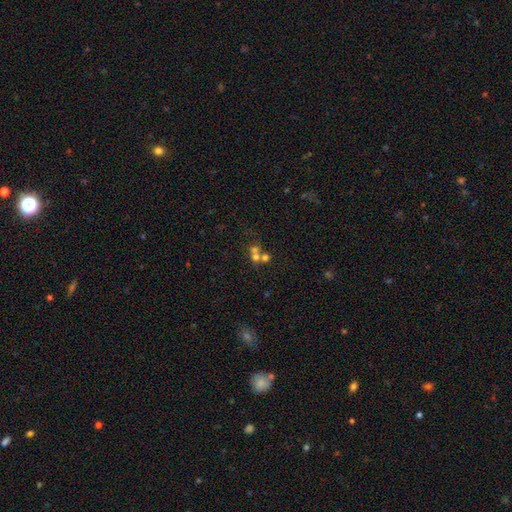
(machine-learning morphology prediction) smooth-or-featured: smooth: 57% | featured or disk: 23% | star or artifact: 20%
  how-rounded: round: 81% | in between: 18% | cigar-shaped: 1%
  merging: merger: 56% | none: 33% | minor disturbance: 6% | major disturbance: 5%